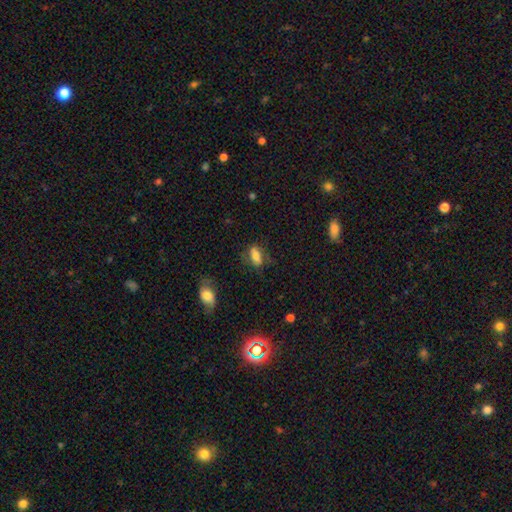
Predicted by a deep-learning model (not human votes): smooth_or_featured: smooth (p=0.75) [alt: featured or disk p=0.16]
how_rounded: in between (p=0.84) [alt: cigar-shaped p=0.10]
merging: none (p=0.59) [alt: minor disturbance p=0.24]